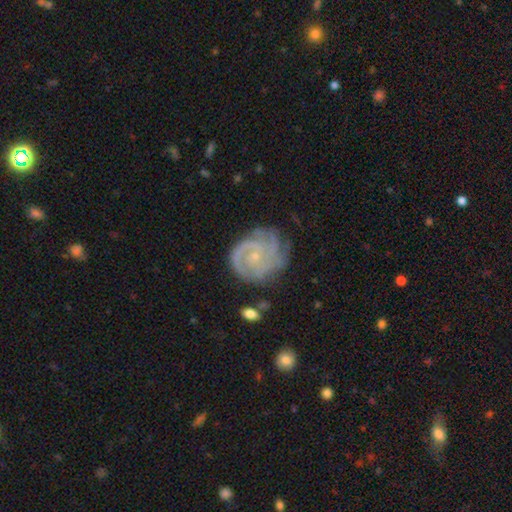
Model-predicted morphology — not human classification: A featured or disk galaxy (86%) with no bar (72%), 3 (33%) tight (64%) spiral arms (97%) and a small central bulge (79%).

Vote fractions:
- Smooth or featured? featured or disk: 86% / smooth: 8% / star or artifact: 6%
- Edge-on disk? no: 98% / yes: 2%
- Bar? no: 72% / weak: 24% / strong: 4%
- Spiral arms? yes: 97% / no: 3%
- Spiral winding? tight: 64% / medium: 30% / loose: 6%
- Spiral arm count? 3: 33% / 2: 25% / can't tell: 20% / 4: 10% / 1: 6% / more than 4: 6%
- Bulge size? small: 79% / moderate: 16% / none: 3% / large: 1% / dominant: 1%
- Merging? none: 67% / minor disturbance: 22% / major disturbance: 9% / merger: 2%